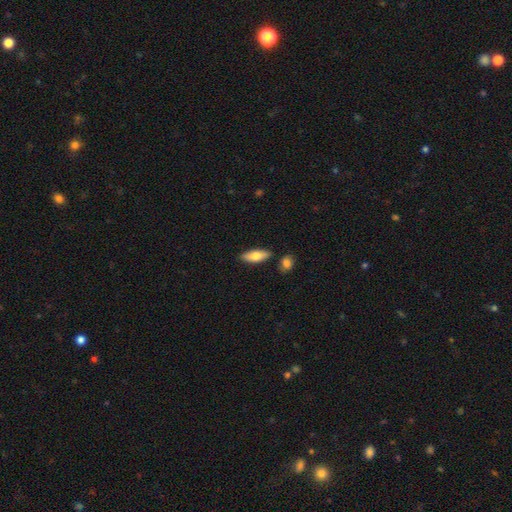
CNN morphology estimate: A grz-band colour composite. It shows a smooth galaxy with no disk features (75%) that is in between round and cigar-shaped (69%). Merging: none (83%).